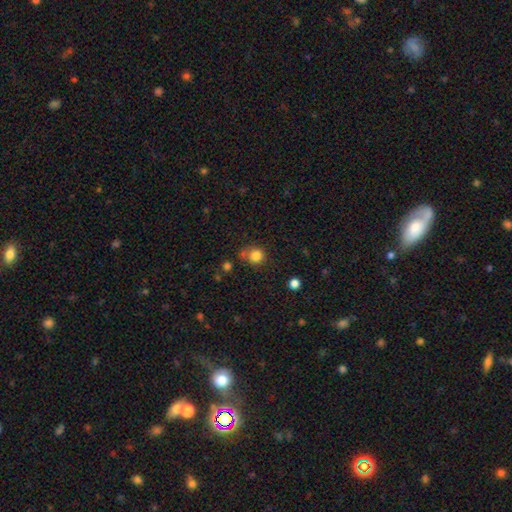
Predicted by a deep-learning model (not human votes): This appears to be a smooth galaxy with no disk features (82%) that is round (87%). Merging: none (64%).